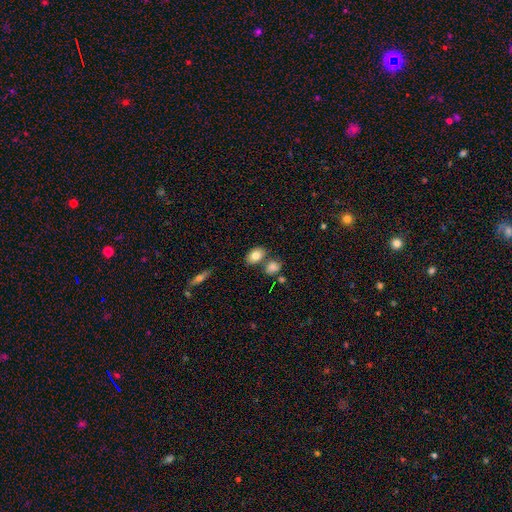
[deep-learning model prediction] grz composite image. It shows a smooth galaxy with no disk features (81%) that is in between round and cigar-shaped (81%). Merging: none (66%).